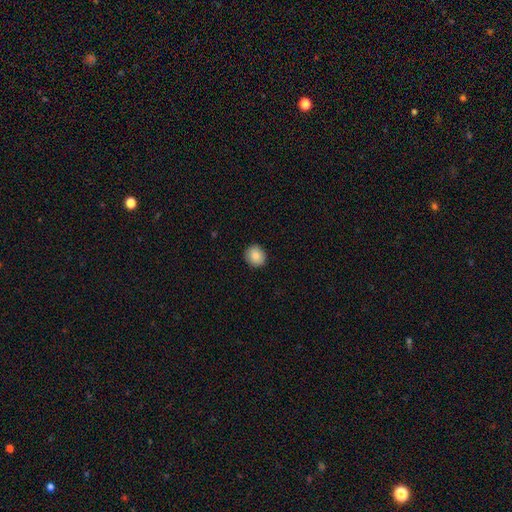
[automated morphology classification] smooth_or_featured: smooth (p=0.87) [alt: star or artifact p=0.08]
how_rounded: round (p=0.84) [alt: in between p=0.15]
merging: none (p=0.90) [alt: minor disturbance p=0.07]